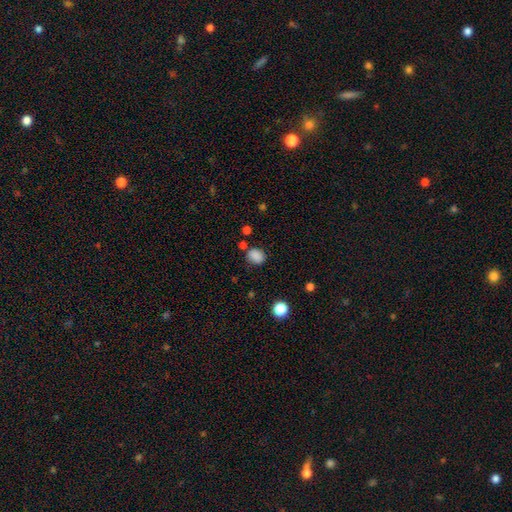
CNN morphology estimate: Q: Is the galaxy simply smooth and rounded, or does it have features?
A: smooth — 85%.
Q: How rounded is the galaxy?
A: round — 55%.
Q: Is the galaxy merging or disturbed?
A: none — 73%.